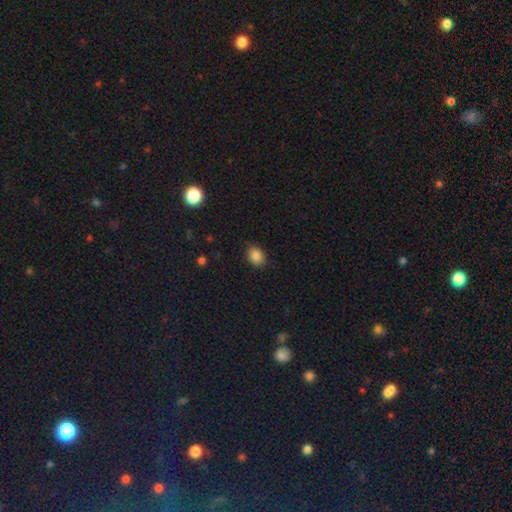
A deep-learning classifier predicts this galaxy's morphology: This is clearly a smooth galaxy (86%). How rounded: likely in between (67%). Merging: clearly none (86%).